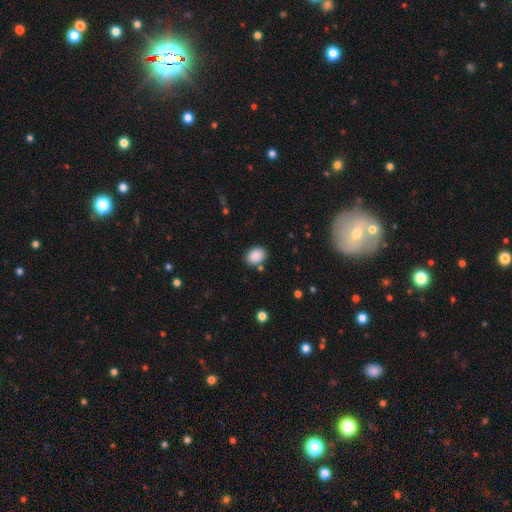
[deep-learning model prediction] Smooth or featured?
  - smooth: 88% *
  - star or artifact: 8%
  - featured or disk: 3%
How rounded?
  - in between: 66% *
  - round: 34%
  - cigar-shaped: 1%
Merging?
  - none: 83% *
  - minor disturbance: 11%
  - merger: 4%
  - major disturbance: 3%